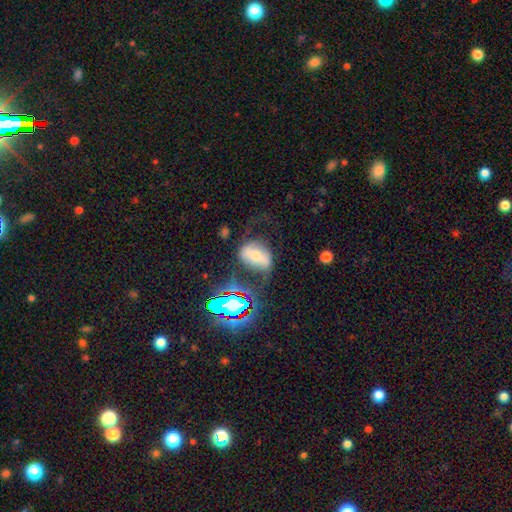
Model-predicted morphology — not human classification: This appears to be a featured or disk galaxy (46%). Merging: none (45%).